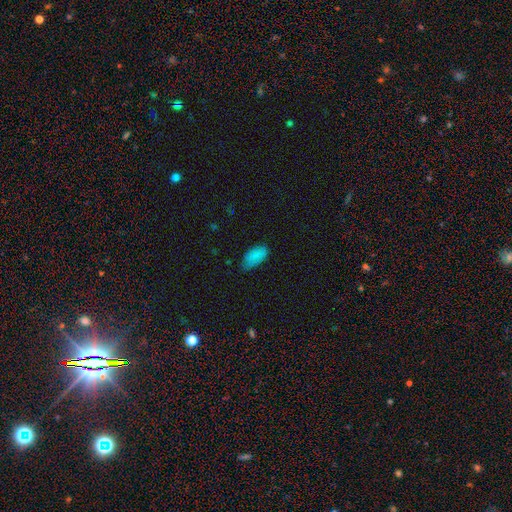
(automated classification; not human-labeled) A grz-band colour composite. It shows a smooth galaxy with no disk features (85%) that is in between round and cigar-shaped (93%). Merging: none (57%).